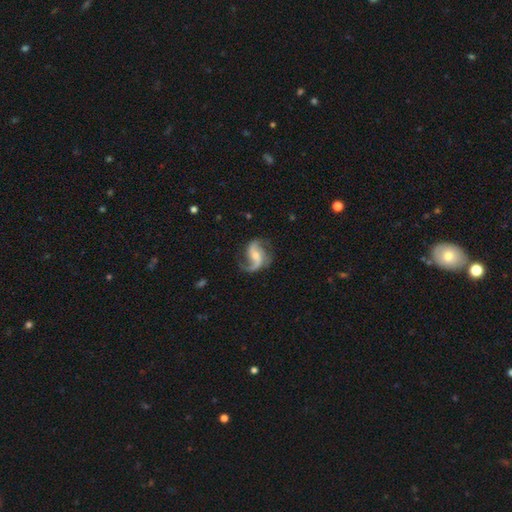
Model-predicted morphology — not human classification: Overall: featured or disk (88%). Edge-on disk: no (97%). Bar: no (39%; weak 38%). Spiral arms: yes (97%). Spiral arm count: 2 (83%). Spiral winding: loose (64%; medium 30%). Bulge size: small (50%; moderate 44%). Merging: none (68%).